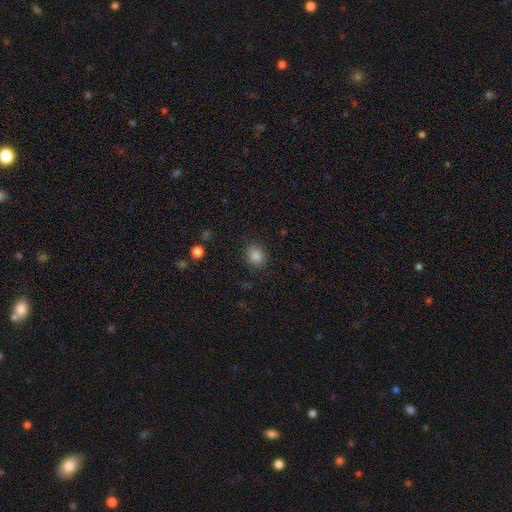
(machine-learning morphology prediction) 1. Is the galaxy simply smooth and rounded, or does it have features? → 85% smooth, 11% star or artifact, 4% featured or disk.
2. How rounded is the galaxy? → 72% round, 27% in between, 1% cigar-shaped.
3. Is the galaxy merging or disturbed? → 87% none, 9% minor disturbance, 3% major disturbance, 1% merger.